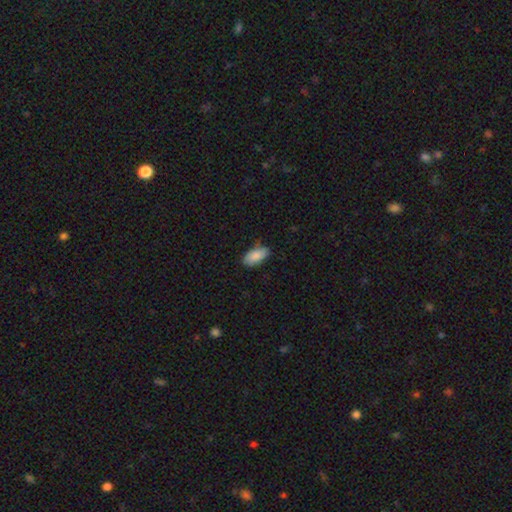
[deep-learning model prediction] smooth_or_featured: smooth (p=0.85) [alt: featured or disk p=0.09]
how_rounded: in between (p=0.93) [alt: cigar-shaped p=0.04]
merging: none (p=0.72) [alt: minor disturbance p=0.22]